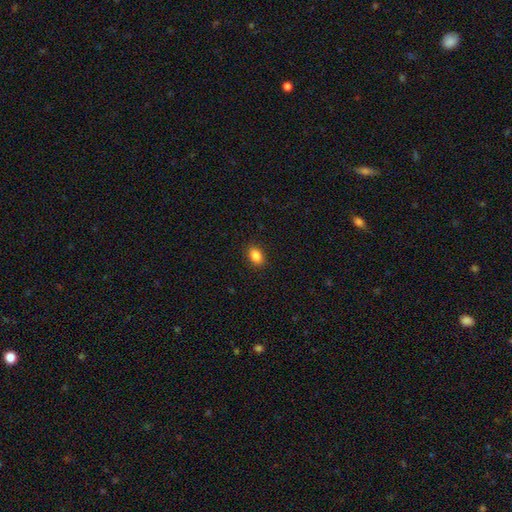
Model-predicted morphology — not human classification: Overall: smooth (87%). How rounded: in between (79%). Merging: none (89%).